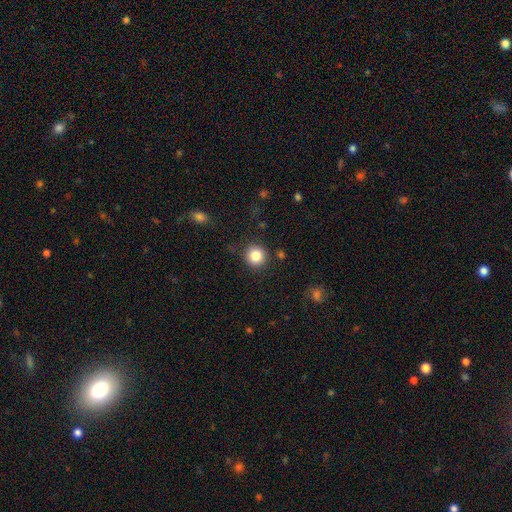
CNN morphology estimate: Smooth or featured?
  - smooth: 84% *
  - star or artifact: 10%
  - featured or disk: 6%
How rounded?
  - round: 92% *
  - in between: 7%
  - cigar-shaped: 1%
Merging?
  - none: 88% *
  - minor disturbance: 7%
  - major disturbance: 3%
  - merger: 2%